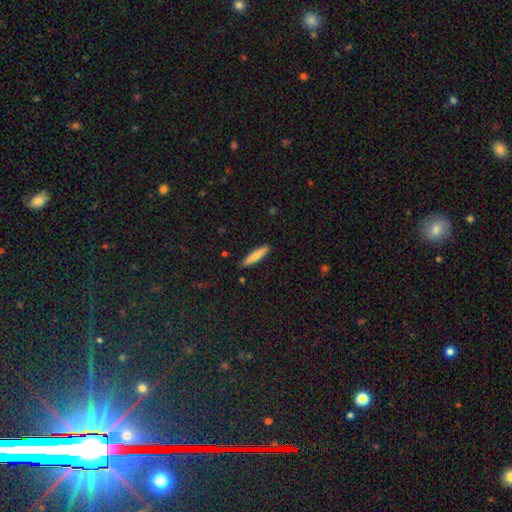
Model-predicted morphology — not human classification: This appears to be a smooth galaxy with no disk features (79%) that is cigar-shaped (86%). Merging: none (89%).